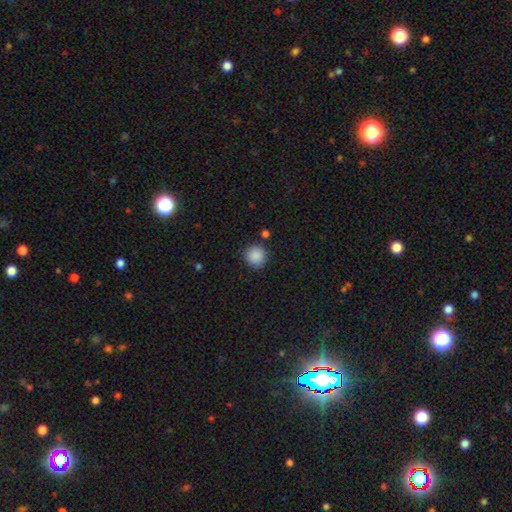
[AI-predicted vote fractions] Smooth or featured? Predicted: smooth (p=0.88). How rounded? Predicted: round (p=0.94). Merging? Predicted: none (p=0.88).